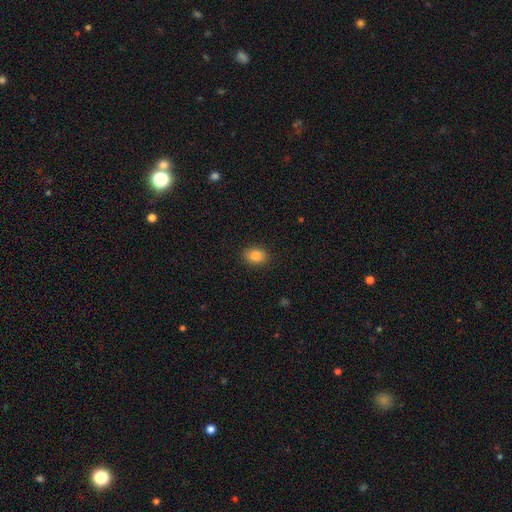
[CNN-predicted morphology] Overall: smooth (85%). How rounded: in between (75%). Merging: none (87%).